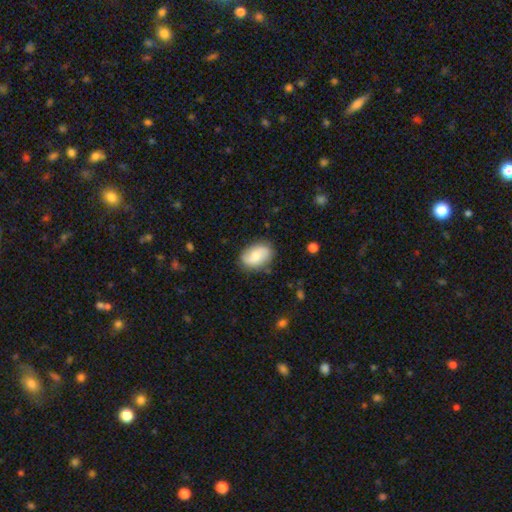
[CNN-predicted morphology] This appears to be a smooth galaxy with no disk features (63%) that is in between round and cigar-shaped (87%). Merging: none (79%).